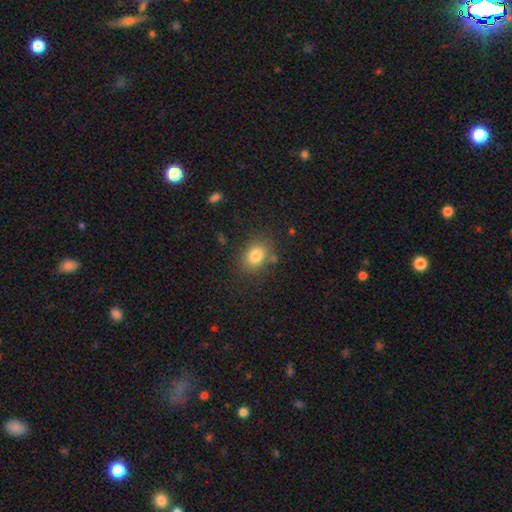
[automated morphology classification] smooth-or-featured: smooth: 81% | star or artifact: 11% | featured or disk: 8%
  how-rounded: in between: 60% | round: 38% | cigar-shaped: 1%
  merging: none: 79% | minor disturbance: 13% | major disturbance: 4% | merger: 4%